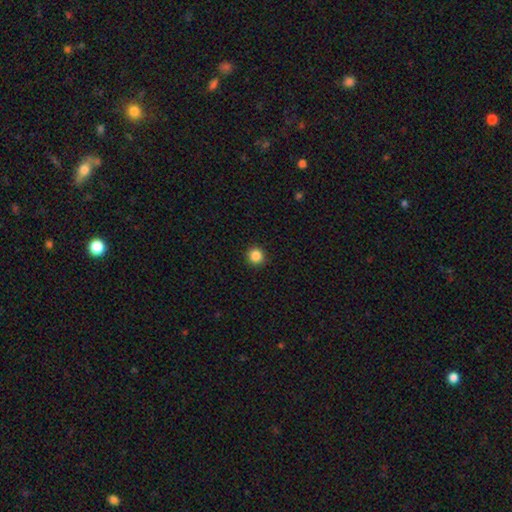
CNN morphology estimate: Smooth or featured? smooth (86%)
How rounded? round (94%)
Merging? none (92%)